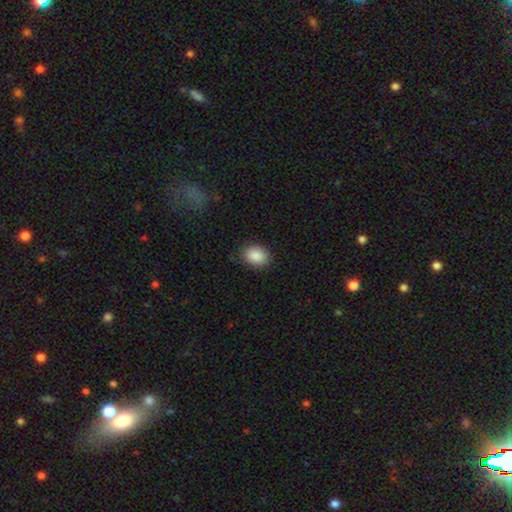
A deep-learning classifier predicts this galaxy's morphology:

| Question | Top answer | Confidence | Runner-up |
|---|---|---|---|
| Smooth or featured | smooth | 89% | star or artifact (7%) |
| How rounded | in between | 65% | round (34%) |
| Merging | none | 86% | minor disturbance (11%) |